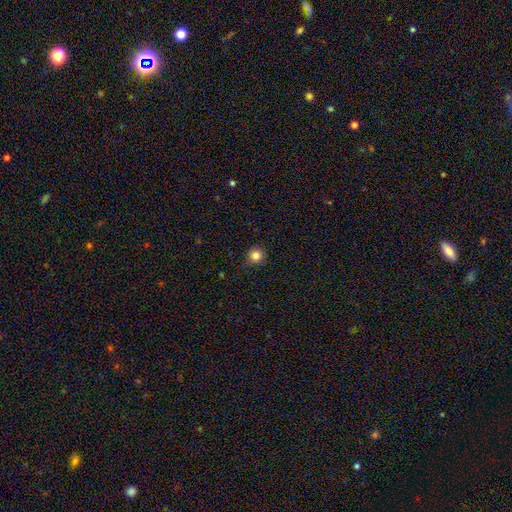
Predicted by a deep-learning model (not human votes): smooth_or_featured: smooth (p=0.83) [alt: star or artifact p=0.12]
how_rounded: round (p=0.95) [alt: in between p=0.04]
merging: none (p=0.89) [alt: minor disturbance p=0.08]